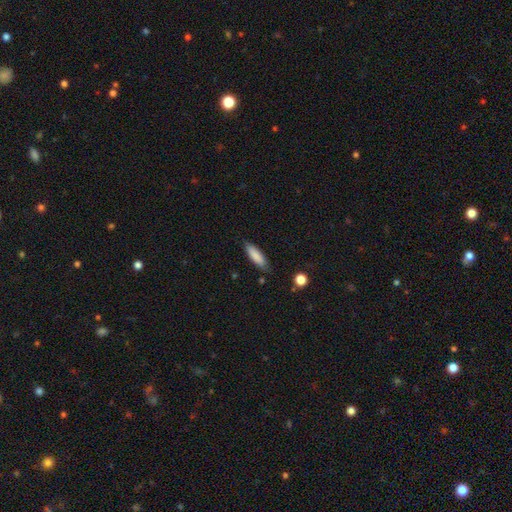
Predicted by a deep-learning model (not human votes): smooth_or_featured: smooth (p=0.86) [alt: featured or disk p=0.08]
how_rounded: cigar-shaped (p=0.53) [alt: in between p=0.46]
merging: none (p=0.81) [alt: minor disturbance p=0.14]